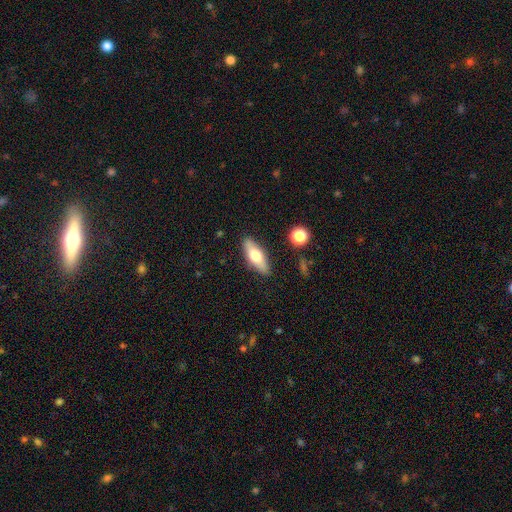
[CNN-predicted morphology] Smooth or featured? Predicted: smooth (p=0.61). How rounded? Predicted: in between (p=0.61). Merging? Predicted: none (p=0.85).